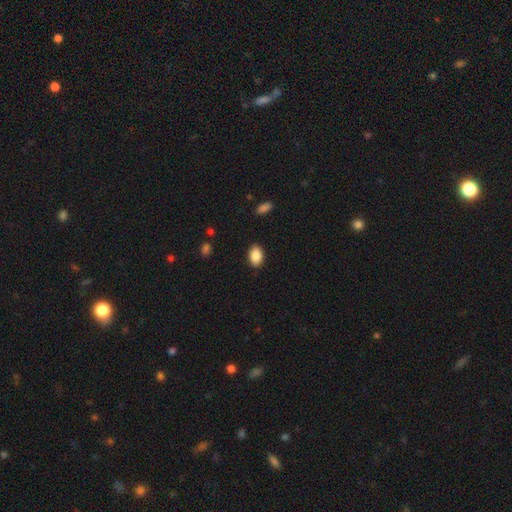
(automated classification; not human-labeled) Q: Smooth or featured?
A: smooth (88%); runner-up: star or artifact (7%)
Q: How rounded?
A: in between (89%); runner-up: round (10%)
Q: Merging?
A: none (88%); runner-up: minor disturbance (9%)